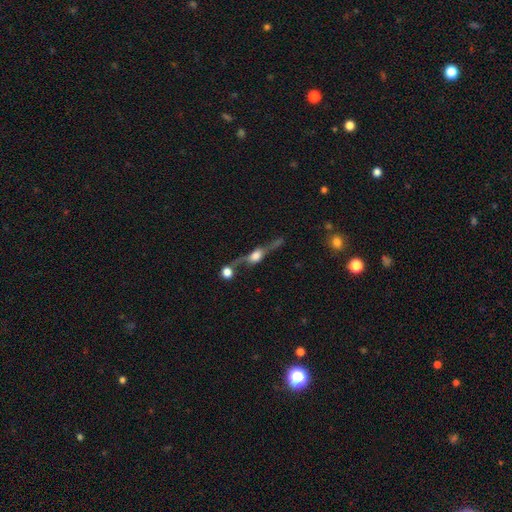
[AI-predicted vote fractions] Smooth or featured: featured or disk — 75% (smooth — 16%)
Edge-on disk: yes — 81% (no — 19%)
Edge-on bulge: rounded — 90% (boxy — 7%)
Merging: none — 52% (merger — 19%)